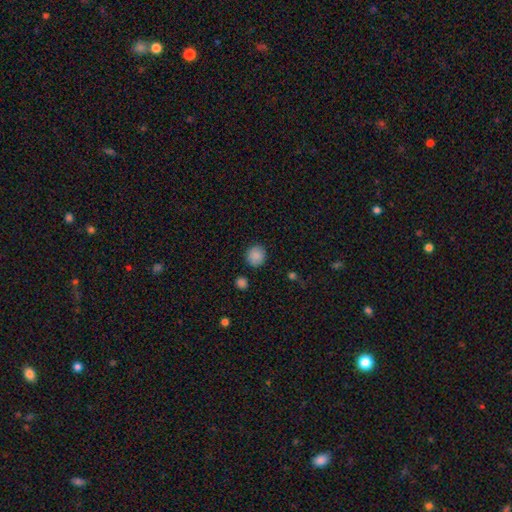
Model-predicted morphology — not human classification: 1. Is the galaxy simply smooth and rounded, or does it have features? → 87% smooth, 9% star or artifact, 4% featured or disk.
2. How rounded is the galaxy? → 91% round, 8% in between, 1% cigar-shaped.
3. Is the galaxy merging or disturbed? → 87% none, 8% minor disturbance, 2% merger, 2% major disturbance.